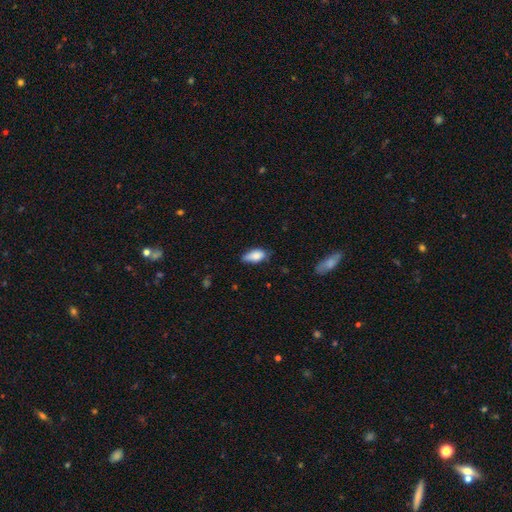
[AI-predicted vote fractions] Q: Smooth or featured?
A: smooth (82%); runner-up: featured or disk (11%)
Q: How rounded?
A: in between (90%); runner-up: cigar-shaped (7%)
Q: Merging?
A: none (58%); runner-up: minor disturbance (34%)